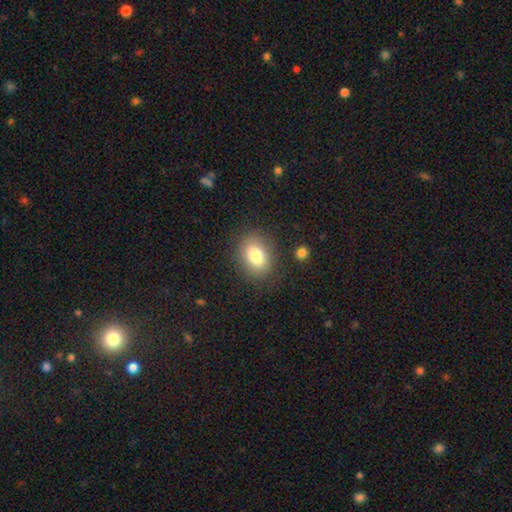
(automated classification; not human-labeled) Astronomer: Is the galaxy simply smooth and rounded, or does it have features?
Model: smooth — 80%.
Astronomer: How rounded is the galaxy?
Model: in between — 62%.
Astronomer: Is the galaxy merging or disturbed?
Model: none — 83%.